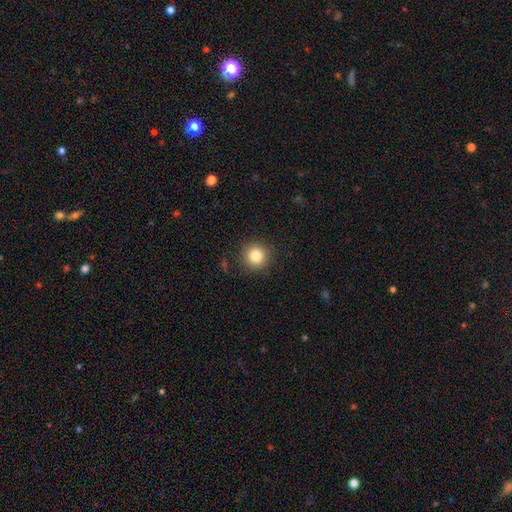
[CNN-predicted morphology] Q: Smooth or featured?
A: smooth (84%); runner-up: star or artifact (11%)
Q: How rounded?
A: round (95%); runner-up: in between (4%)
Q: Merging?
A: none (90%); runner-up: minor disturbance (7%)